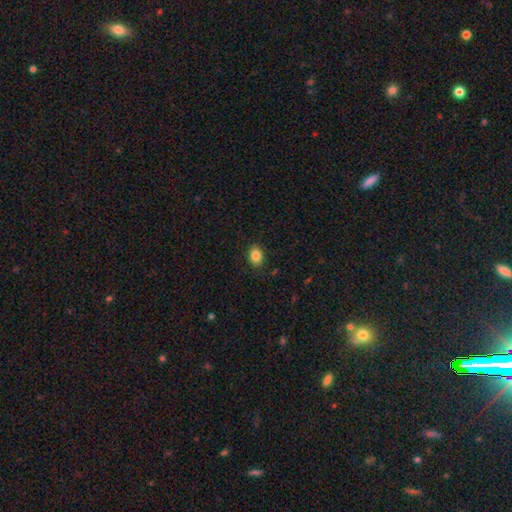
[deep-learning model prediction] Smooth or featured? smooth (85%)
How rounded? in between (65%)
Merging? none (87%)